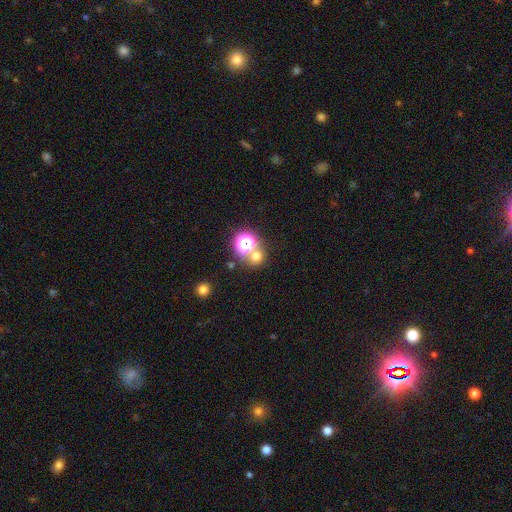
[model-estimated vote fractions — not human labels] This appears to be a smooth galaxy with no disk features (60%) that is round (83%). Merging: none (64%).